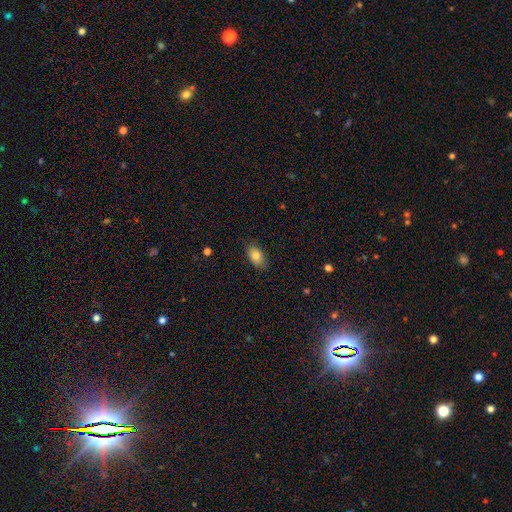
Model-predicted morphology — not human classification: type=smooth (84%); roundness=in between (90%); merging=none (84%).